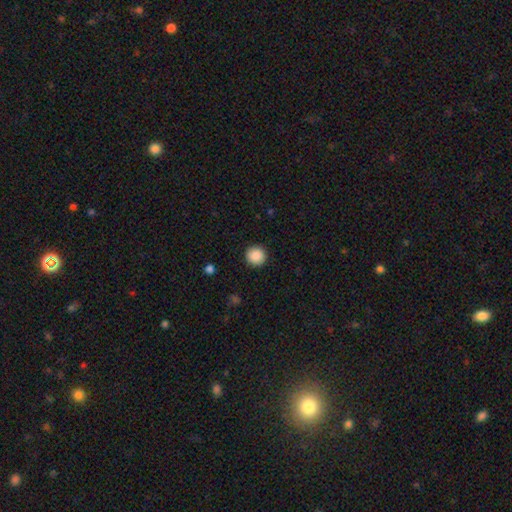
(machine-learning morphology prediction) Overall: smooth (89%). How rounded: round (95%). Merging: none (92%).